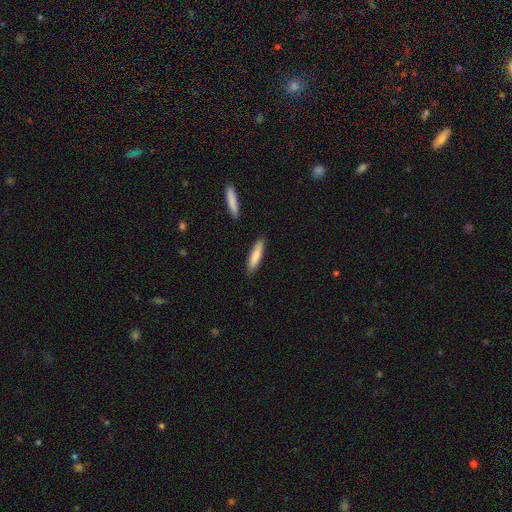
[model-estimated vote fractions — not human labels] Morphology: type=smooth (82%); roundness=cigar-shaped (76%); merging=none (86%).